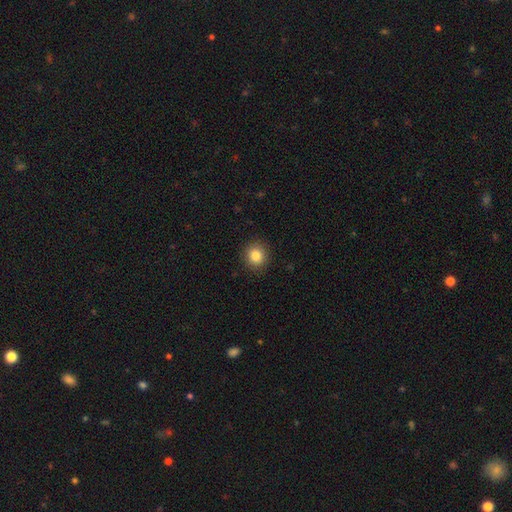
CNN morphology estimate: Q: Smooth or featured?
A: smooth (84%); runner-up: star or artifact (10%)
Q: How rounded?
A: round (88%); runner-up: in between (11%)
Q: Merging?
A: none (91%); runner-up: minor disturbance (6%)